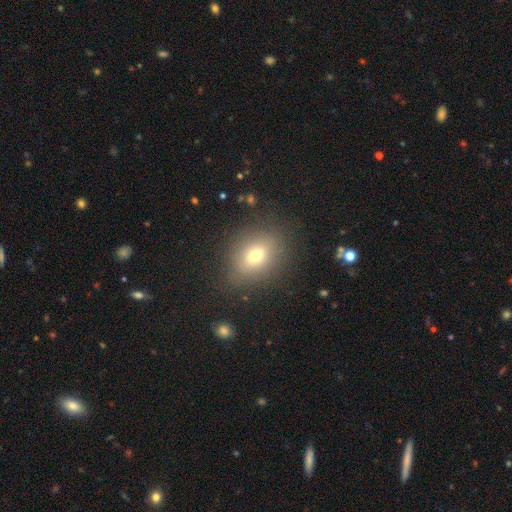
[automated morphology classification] Smooth or featured: smooth — 70% (featured or disk — 15%)
How rounded: in between — 60% (round — 39%)
Merging: none — 82% (minor disturbance — 12%)